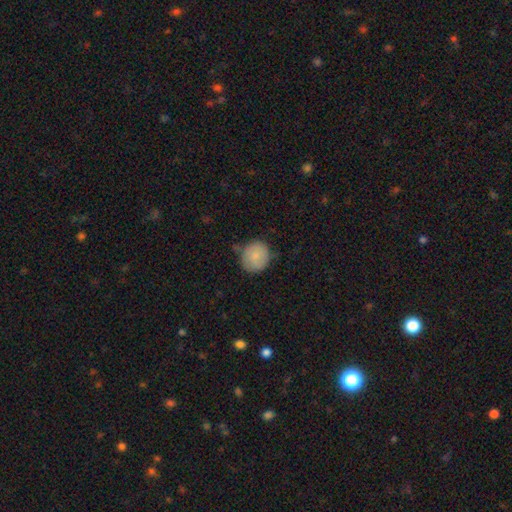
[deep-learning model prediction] Morphology: type=smooth (84%); roundness=round (89%); merging=none (69%).